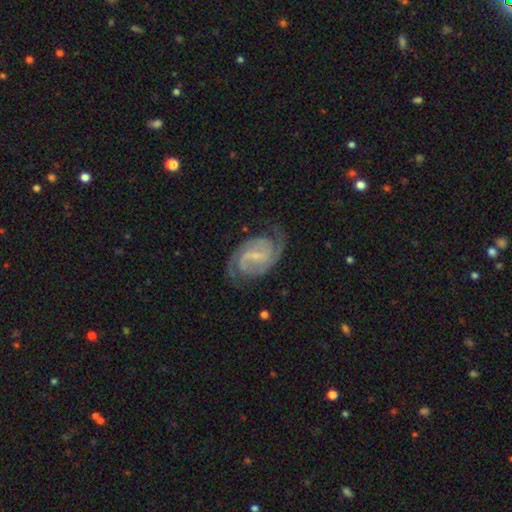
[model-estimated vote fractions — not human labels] Q: Smooth or featured?
A: featured or disk (91%); runner-up: smooth (5%)
Q: Edge-on disk?
A: no (98%); runner-up: yes (2%)
Q: Bar?
A: weak (53%); runner-up: strong (29%)
Q: Spiral arms?
A: yes (98%); runner-up: no (2%)
Q: Spiral winding?
A: medium (48%); runner-up: tight (42%)
Q: Spiral arm count?
A: 2 (86%); runner-up: 3 (5%)
Q: Bulge size?
A: small (72%); runner-up: moderate (16%)
Q: Merging?
A: none (76%); runner-up: minor disturbance (16%)